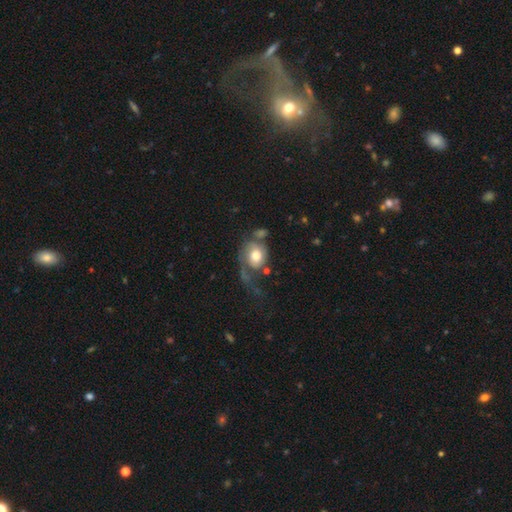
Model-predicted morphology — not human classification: The model was most divided on "smooth or featured": smooth: 47%, featured or disk: 45%, star or artifact: 7%. Remaining: merging — major disturbance (43%).